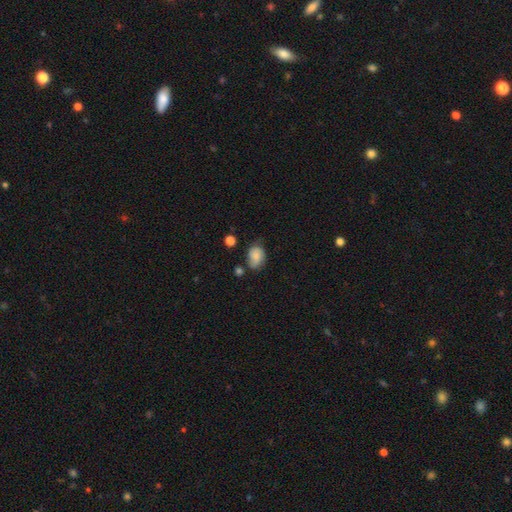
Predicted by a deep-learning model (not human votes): This appears to be a smooth galaxy with no disk features (72%) that is in between round and cigar-shaped (73%). Merging: none (56%).